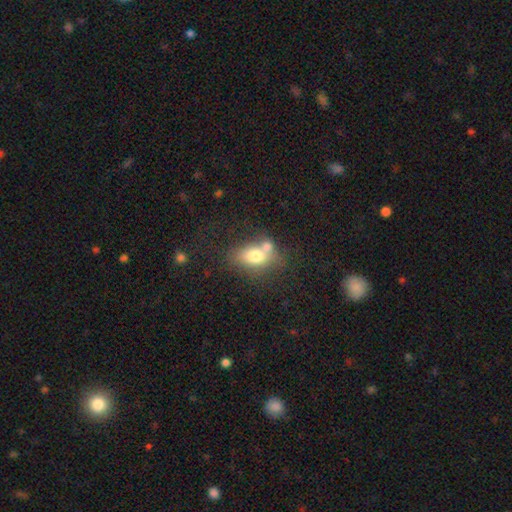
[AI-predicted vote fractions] Smooth or featured? Predicted: smooth (p=0.72). How rounded? Predicted: in between (p=0.74). Merging? Predicted: merger (p=0.42).